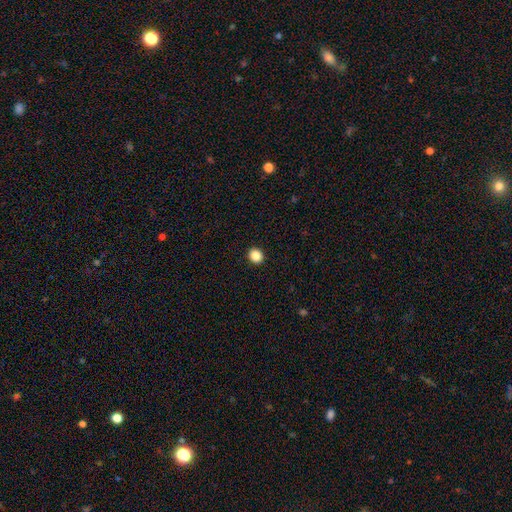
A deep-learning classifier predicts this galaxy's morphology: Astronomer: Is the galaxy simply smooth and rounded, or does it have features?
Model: smooth — 86%.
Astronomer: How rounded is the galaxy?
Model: round — 79%.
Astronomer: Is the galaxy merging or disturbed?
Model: none — 93%.